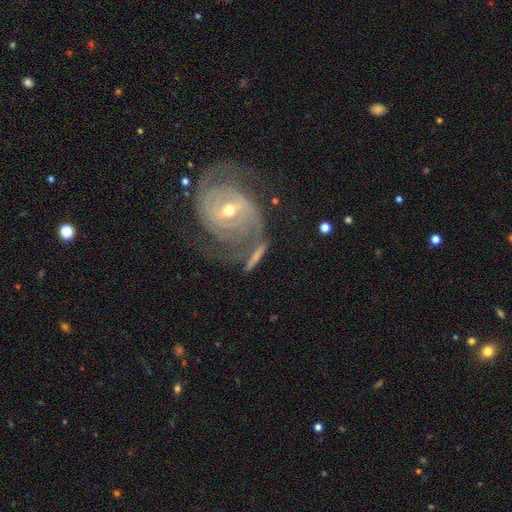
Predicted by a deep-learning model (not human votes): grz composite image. It shows a featured or disk galaxy (61%). Merging: none (56%).